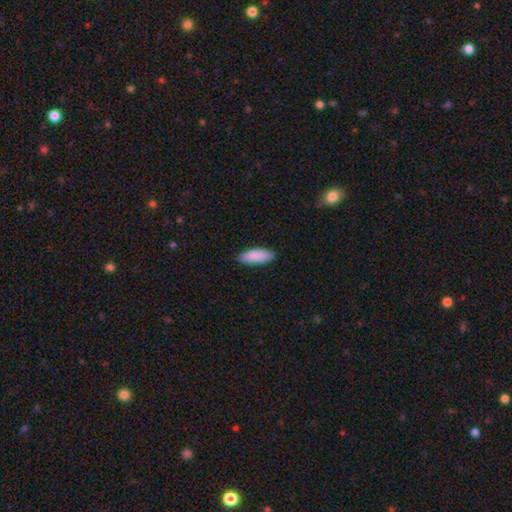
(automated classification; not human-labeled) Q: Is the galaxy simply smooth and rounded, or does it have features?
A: smooth — 90%.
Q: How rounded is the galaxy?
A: in between — 71%.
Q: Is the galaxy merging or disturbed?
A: none — 89%.